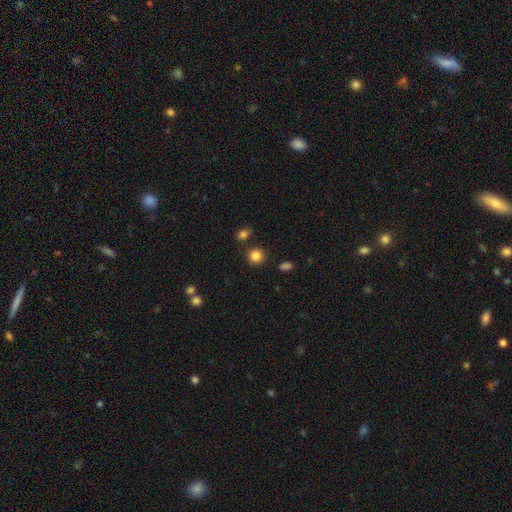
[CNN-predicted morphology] smooth-or-featured: smooth: 85% | star or artifact: 11% | featured or disk: 4%
  how-rounded: round: 89% | in between: 10% | cigar-shaped: 1%
  merging: none: 84% | minor disturbance: 8% | merger: 5% | major disturbance: 3%